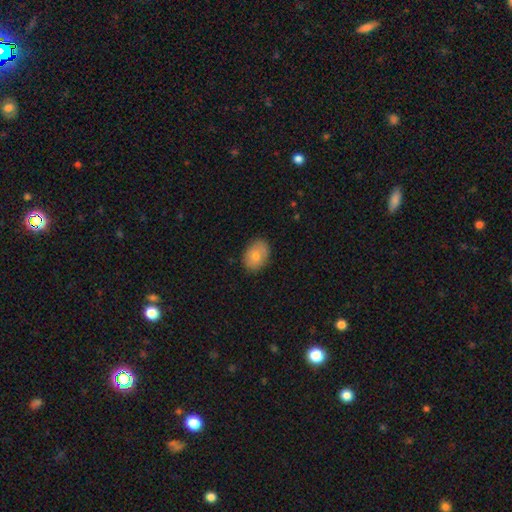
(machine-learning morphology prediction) Smooth or featured: smooth — 78% (featured or disk — 15%)
How rounded: in between — 76% (round — 23%)
Merging: none — 82% (minor disturbance — 14%)